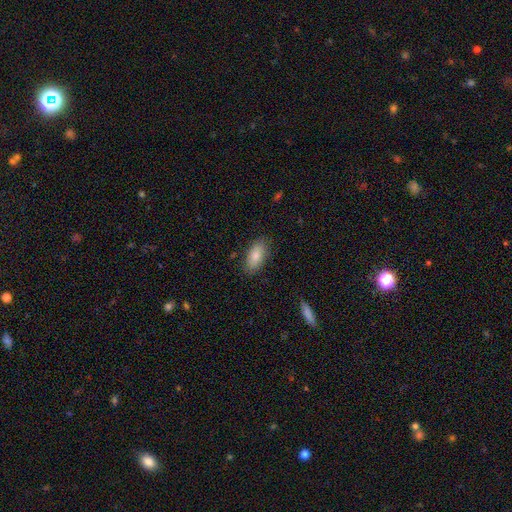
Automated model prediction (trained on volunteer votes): This is clearly a smooth galaxy (85%). How rounded: clearly in between (90%). Merging: clearly none (83%).